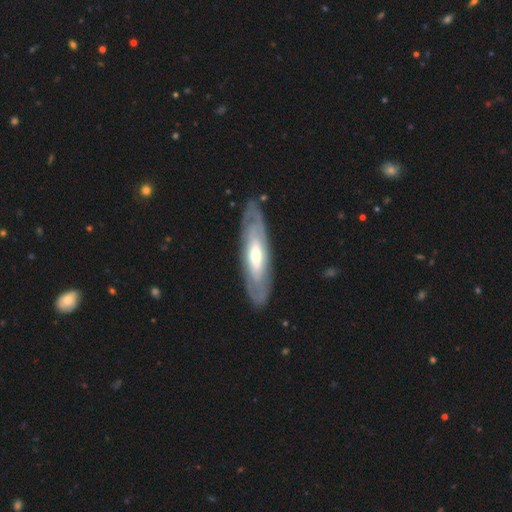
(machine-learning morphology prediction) This appears to be a featured or disk galaxy (71%) with no bar (55%), spiral arms (60%) and a moderate central bulge (57%). Merging: none (84%).